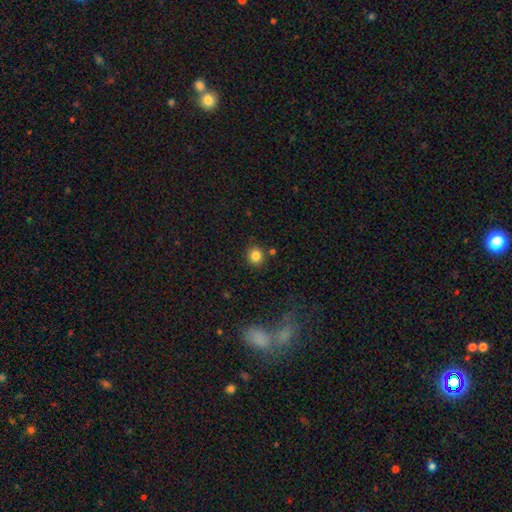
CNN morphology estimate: smooth 84%, star or artifact 11%, featured or disk 5%. Down the decision tree: how rounded — round (89%); merging — none (85%).